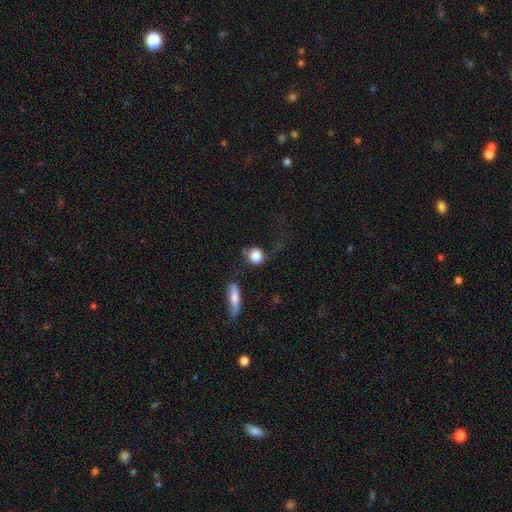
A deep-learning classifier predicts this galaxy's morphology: smooth-or-featured: smooth: 82% | featured or disk: 10% | star or artifact: 8%
  how-rounded: round: 74% | in between: 23% | cigar-shaped: 4%
  merging: none: 48% | minor disturbance: 23% | major disturbance: 18% | merger: 10%